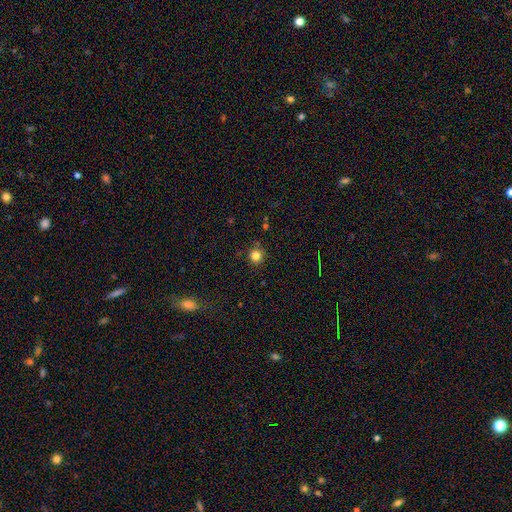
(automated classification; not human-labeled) Q: Smooth or featured?
A: smooth (81%); runner-up: star or artifact (14%)
Q: How rounded?
A: round (94%); runner-up: in between (5%)
Q: Merging?
A: none (88%); runner-up: minor disturbance (8%)